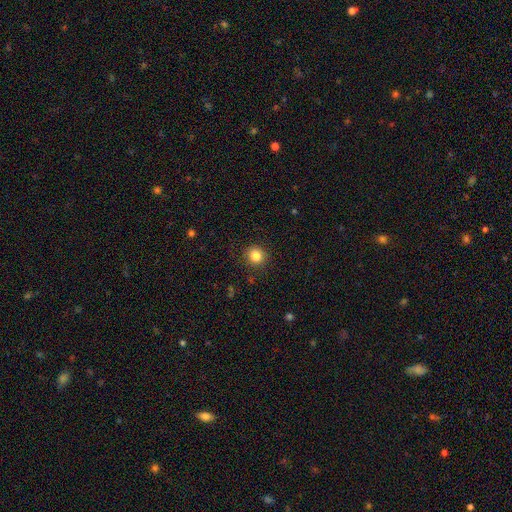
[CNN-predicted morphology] smooth-or-featured: smooth: 84% | star or artifact: 11% | featured or disk: 5%
  how-rounded: round: 89% | in between: 11% | cigar-shaped: 1%
  merging: none: 90% | minor disturbance: 7% | major disturbance: 2% | merger: 1%